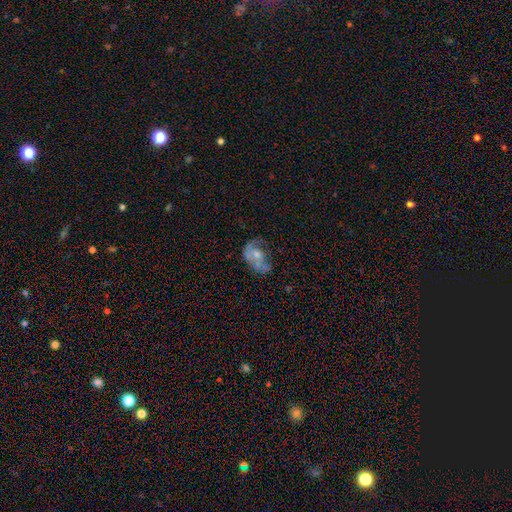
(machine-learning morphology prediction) Smooth or featured? Predicted: featured or disk (p=0.54). Edge-on disk? Predicted: no (p=0.97). Bar? Predicted: no (p=0.81). Spiral arms? Predicted: no (p=0.53). Bulge size? Predicted: moderate (p=0.46). Merging? Predicted: major disturbance (p=0.38).